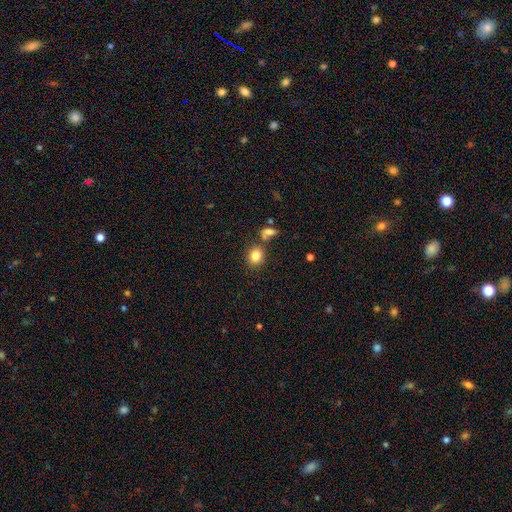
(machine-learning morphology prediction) Smooth or featured: smooth — 82% (star or artifact — 10%)
How rounded: round — 68% (in between — 31%)
Merging: none — 73% (merger — 13%)